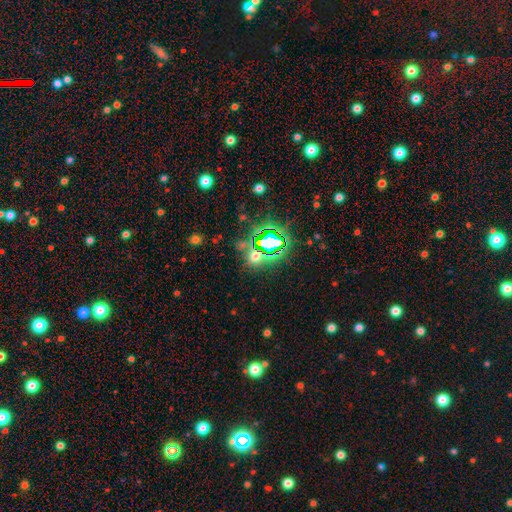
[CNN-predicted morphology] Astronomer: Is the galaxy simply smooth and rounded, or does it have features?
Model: star or artifact — 59%.